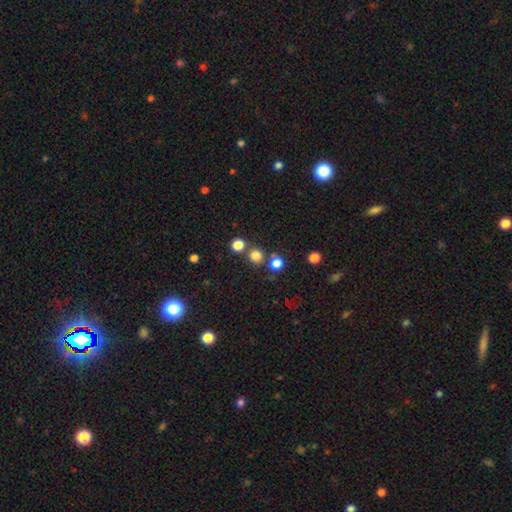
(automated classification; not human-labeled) Overall: smooth (78%). How rounded: round (92%). Merging: none (76%).